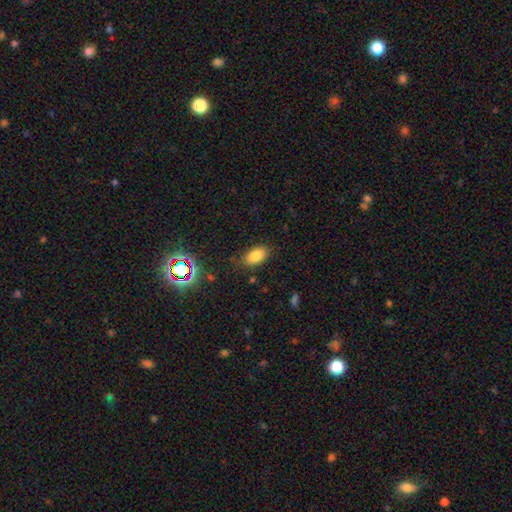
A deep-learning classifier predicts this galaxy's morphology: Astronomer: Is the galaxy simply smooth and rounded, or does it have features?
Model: smooth — 80%.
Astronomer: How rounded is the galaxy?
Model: in between — 91%.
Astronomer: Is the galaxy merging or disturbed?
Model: none — 81%.